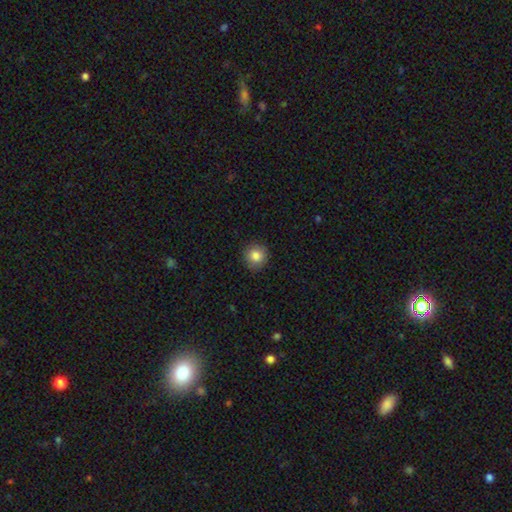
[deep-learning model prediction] Smooth or featured?
  - smooth: 85% *
  - star or artifact: 10%
  - featured or disk: 6%
How rounded?
  - round: 92% *
  - in between: 7%
  - cigar-shaped: 1%
Merging?
  - none: 90% *
  - minor disturbance: 7%
  - major disturbance: 2%
  - merger: 1%